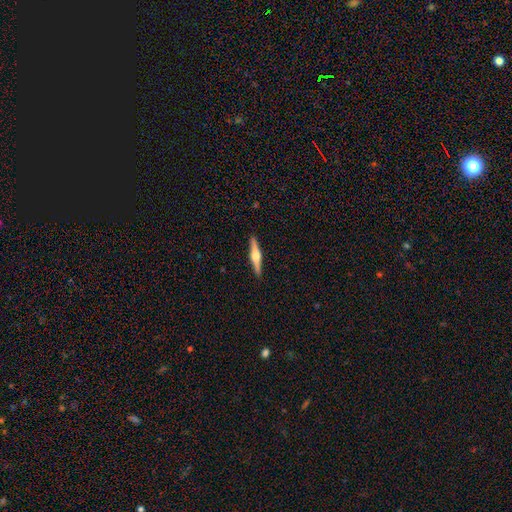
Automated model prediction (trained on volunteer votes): Smooth or featured?
  - featured or disk: 67% *
  - smooth: 28%
  - star or artifact: 5%
Edge-on disk?
  - yes: 98% *
  - no: 2%
Edge-on bulge?
  - rounded: 92% *
  - boxy: 6%
  - none: 3%
Merging?
  - none: 92% *
  - minor disturbance: 6%
  - major disturbance: 1%
  - merger: 1%